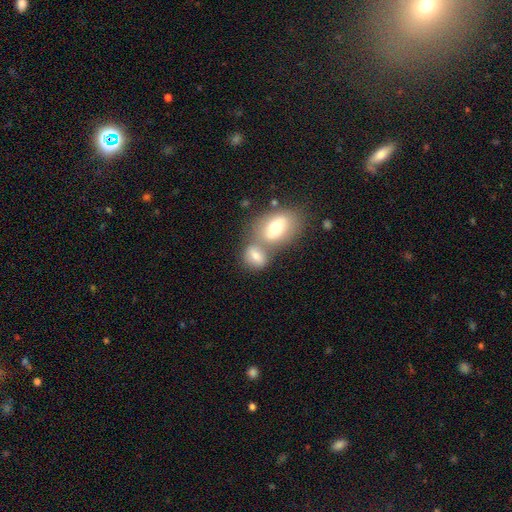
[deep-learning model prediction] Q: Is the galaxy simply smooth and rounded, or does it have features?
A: smooth — 73%.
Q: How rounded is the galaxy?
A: in between — 67%.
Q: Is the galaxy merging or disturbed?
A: merger — 48%.